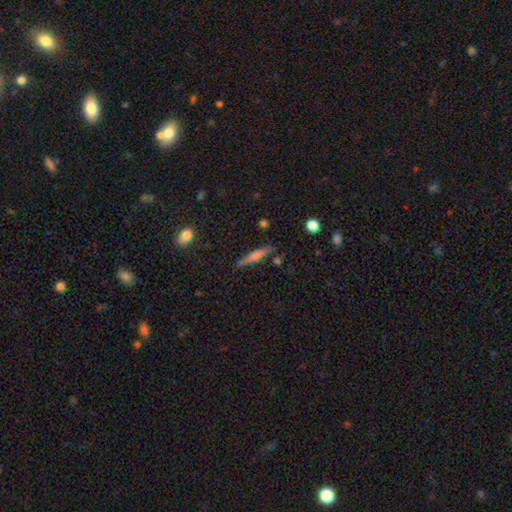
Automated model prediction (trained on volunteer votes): smooth-or-featured: smooth: 49% | featured or disk: 44% | star or artifact: 7%
  merging: none: 85% | minor disturbance: 10% | merger: 2% | major disturbance: 2%